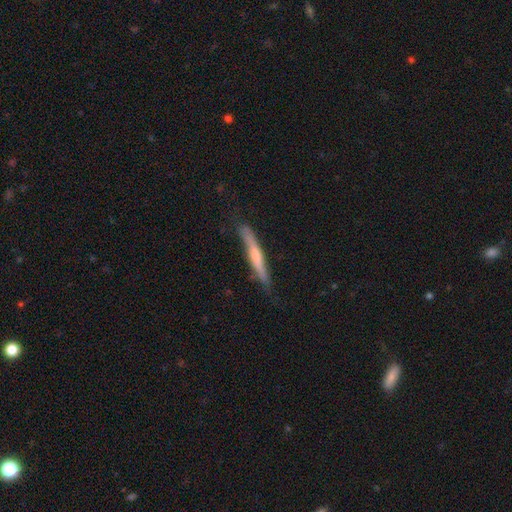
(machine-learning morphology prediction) A featured or disk galaxy (49%).

Vote fractions:
- Smooth or featured? featured or disk: 49% / smooth: 46% / star or artifact: 6%
- Merging? none: 76% / minor disturbance: 19% / major disturbance: 4% / merger: 2%